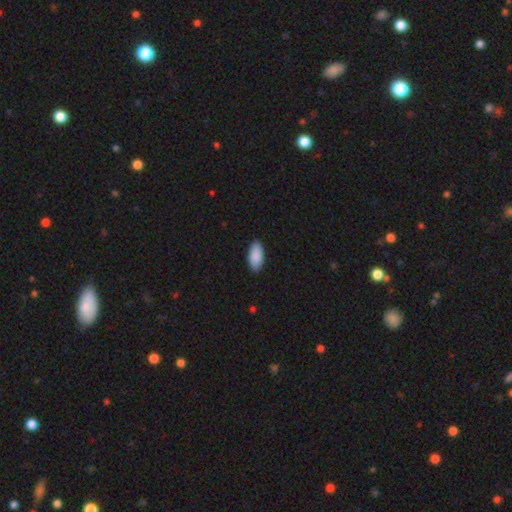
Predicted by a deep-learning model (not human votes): The model was most divided on "merging": none: 89%, minor disturbance: 9%, major disturbance: 2%, merger: 1%. More confident: how rounded — in between (93%); smooth or featured — smooth (91%).